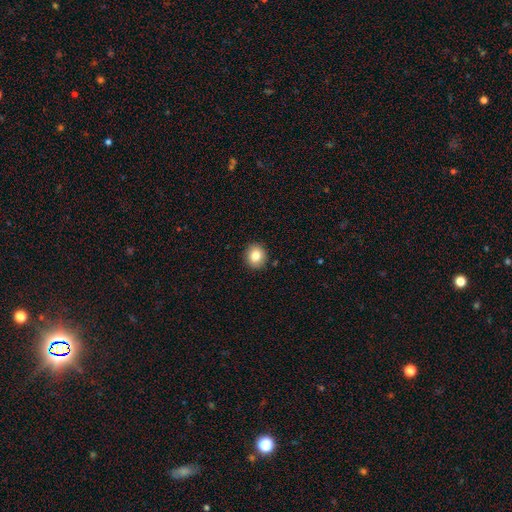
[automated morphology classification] Smooth or featured? smooth (82%)
How rounded? round (84%)
Merging? none (90%)